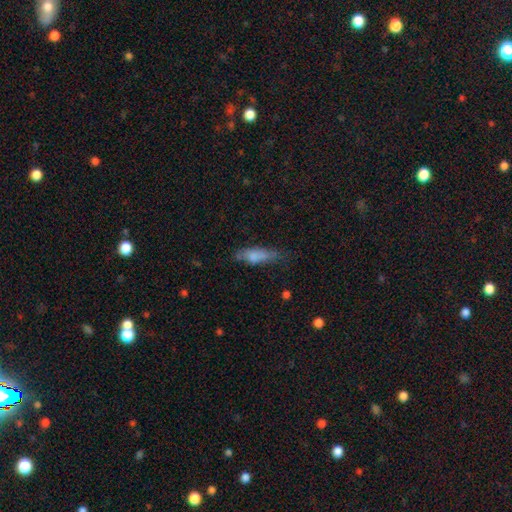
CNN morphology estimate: Smooth or featured? smooth (71%)
How rounded? in between (55%)
Merging? none (47%)